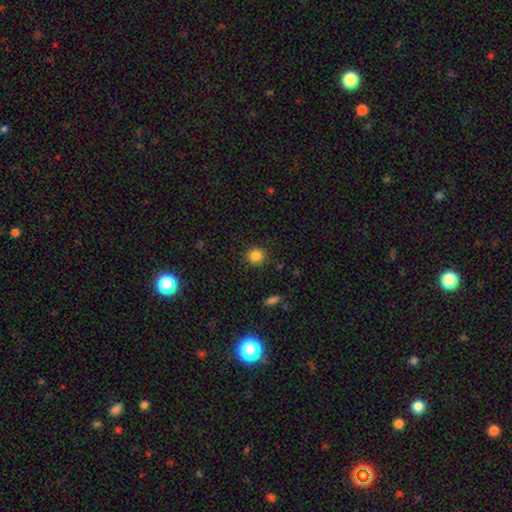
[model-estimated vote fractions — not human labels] smooth-or-featured: smooth: 85% | star or artifact: 11% | featured or disk: 4%
  how-rounded: round: 92% | in between: 7% | cigar-shaped: 1%
  merging: none: 90% | minor disturbance: 7% | major disturbance: 2% | merger: 1%